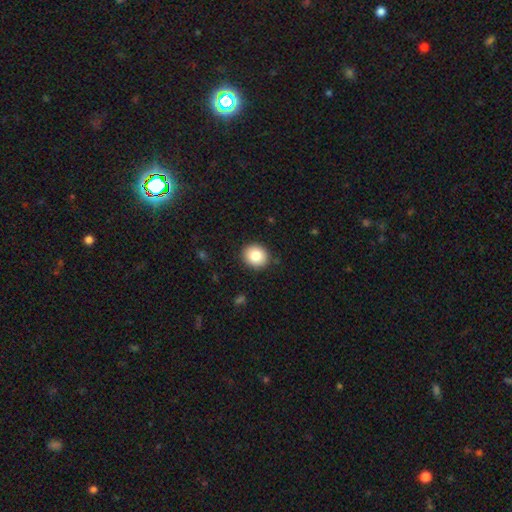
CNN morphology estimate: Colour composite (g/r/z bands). It shows a smooth galaxy with no disk features (84%) that is round (84%). Merging: none (90%).